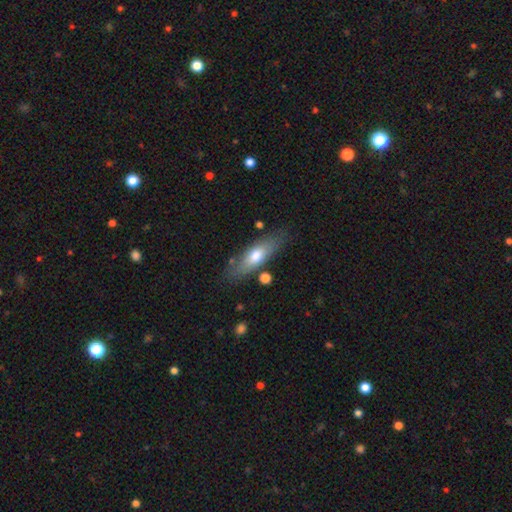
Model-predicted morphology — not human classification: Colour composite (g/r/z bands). It shows a smooth galaxy with no disk features (64%) that is in between round and cigar-shaped (50%). Merging: none (78%).